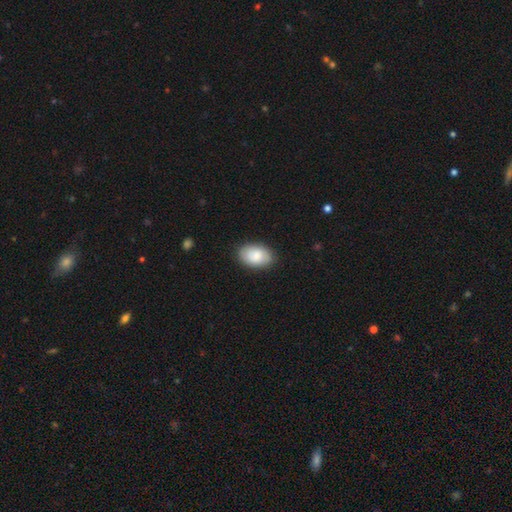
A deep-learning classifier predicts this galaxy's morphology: Smooth or featured: smooth — 80% (featured or disk — 14%)
How rounded: in between — 89% (round — 9%)
Merging: none — 86% (minor disturbance — 11%)